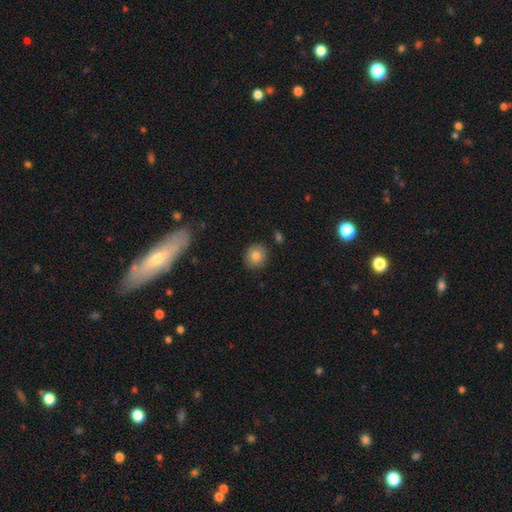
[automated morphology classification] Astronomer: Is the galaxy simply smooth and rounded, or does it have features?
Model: smooth — 82%.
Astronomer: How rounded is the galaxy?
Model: round — 88%.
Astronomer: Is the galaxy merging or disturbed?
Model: none — 89%.